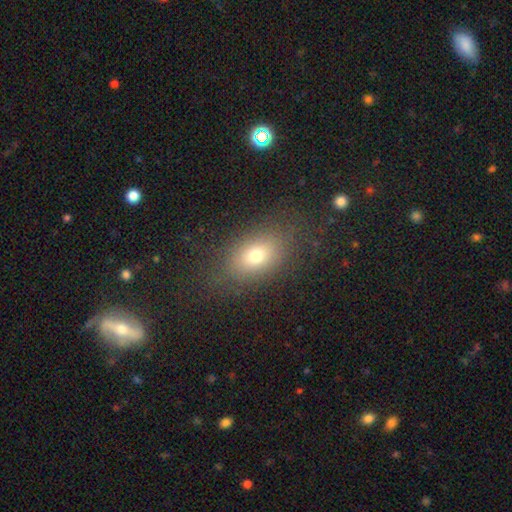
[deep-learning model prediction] Smooth or featured: smooth — 71% (featured or disk — 16%)
How rounded: in between — 79% (round — 18%)
Merging: none — 79% (minor disturbance — 13%)